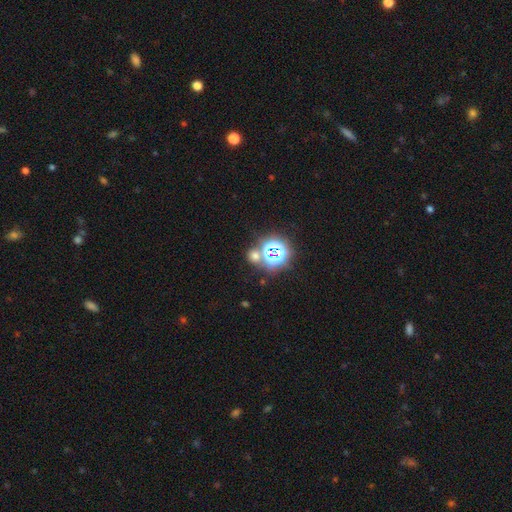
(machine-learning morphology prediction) Smooth or featured? smooth (48%)
Merging? none (69%)